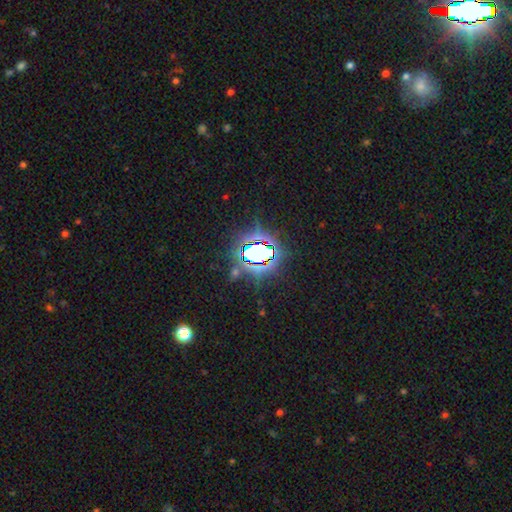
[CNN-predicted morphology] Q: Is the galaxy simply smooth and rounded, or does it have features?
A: star or artifact — 75%.